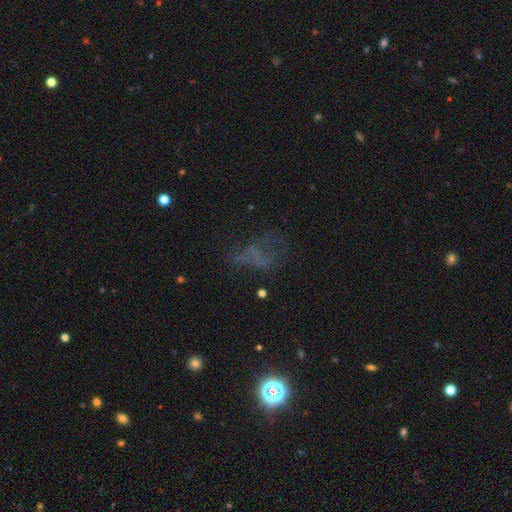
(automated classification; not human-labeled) Smooth or featured?
  - star or artifact: 37% *
  - smooth: 31%
  - featured or disk: 31%